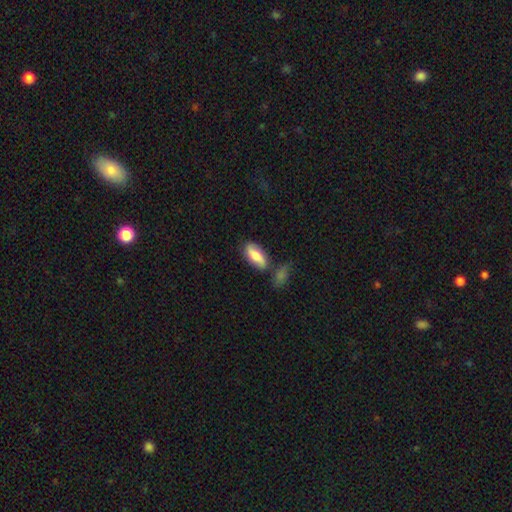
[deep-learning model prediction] smooth_or_featured: smooth (p=0.65) [alt: featured or disk p=0.29]
how_rounded: in between (p=0.82) [alt: cigar-shaped p=0.15]
merging: none (p=0.62) [alt: minor disturbance p=0.19]